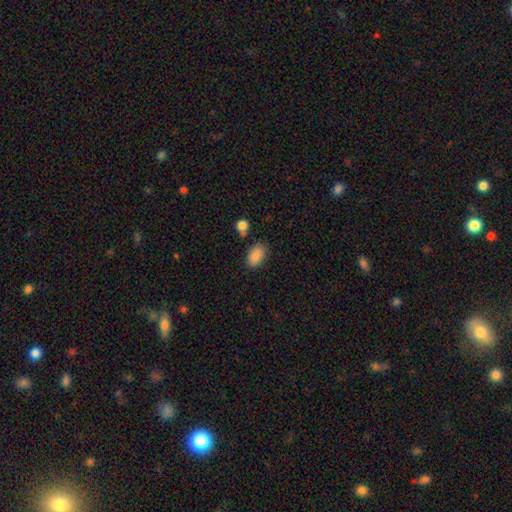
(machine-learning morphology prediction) type=smooth (87%); roundness=in between (92%); merging=none (79%).